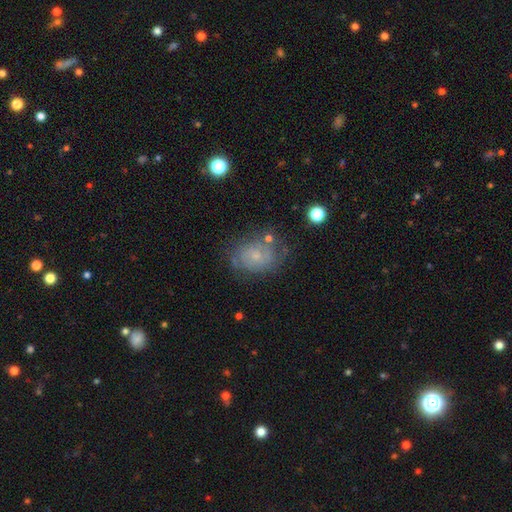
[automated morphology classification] smooth-or-featured: featured or disk: 49% | smooth: 39% | star or artifact: 13%
  merging: none: 62% | minor disturbance: 22% | major disturbance: 11% | merger: 5%